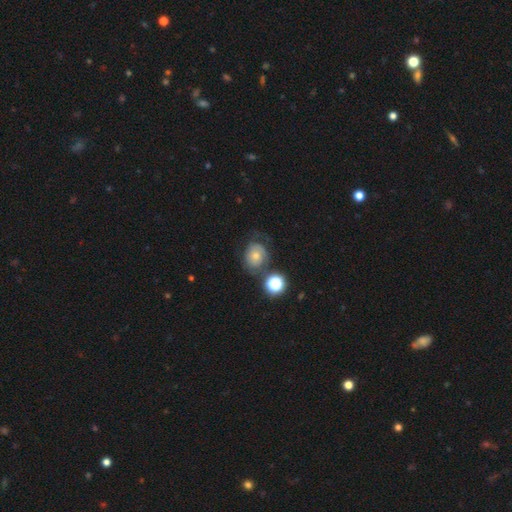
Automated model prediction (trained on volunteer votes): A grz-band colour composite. It shows a smooth galaxy with no disk features (52%) that is round (65%). Merging: none (51%).